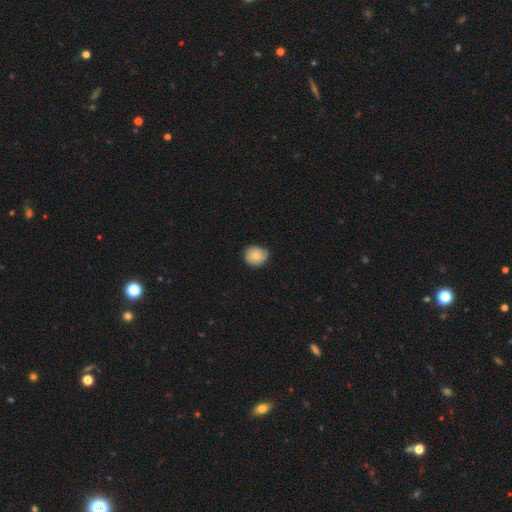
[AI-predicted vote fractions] Overall: smooth (71%). How rounded: round (82%). Merging: none (68%).